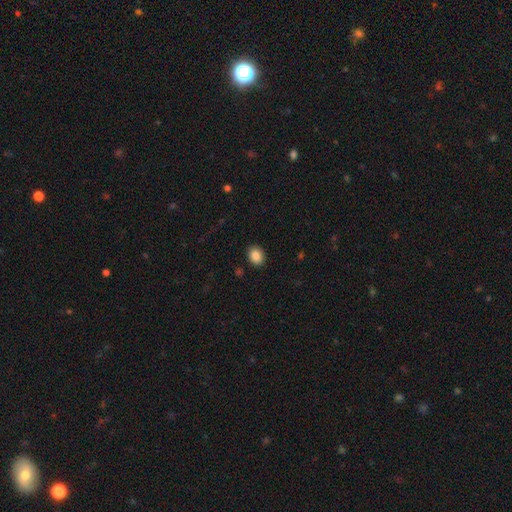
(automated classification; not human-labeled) Overall: smooth (87%). How rounded: in between (50%; round 49%). Merging: none (90%).